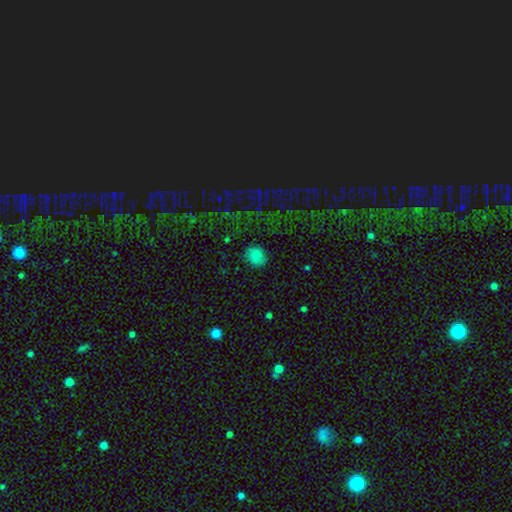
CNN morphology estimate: A smooth galaxy with no disk features (78%) that is round (67%).

Vote fractions:
- Smooth or featured? smooth: 78% / star or artifact: 16% / featured or disk: 7%
- How rounded? round: 67% / in between: 32% / cigar-shaped: 1%
- Merging? none: 82% / minor disturbance: 13% / major disturbance: 3% / merger: 1%